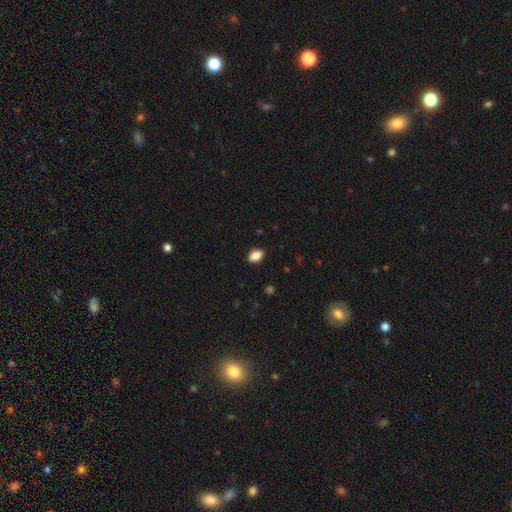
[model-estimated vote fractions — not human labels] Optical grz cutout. It shows a smooth galaxy with no disk features (89%) that is in between round and cigar-shaped (88%). Merging: none (88%).